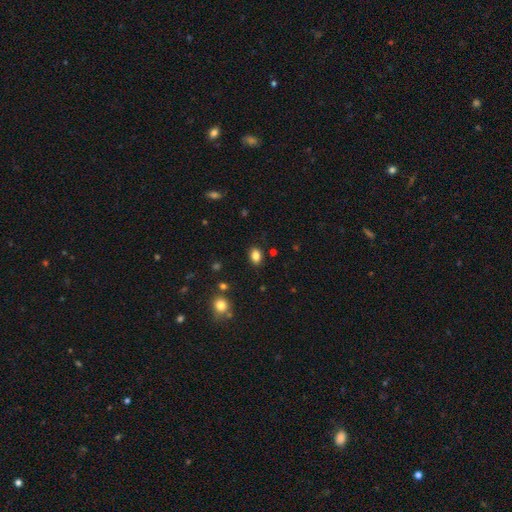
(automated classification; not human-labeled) Morphology: type=smooth (84%); roundness=in between (73%); merging=none (86%).